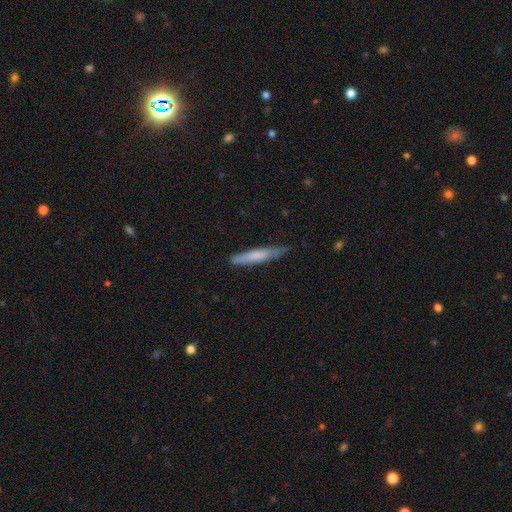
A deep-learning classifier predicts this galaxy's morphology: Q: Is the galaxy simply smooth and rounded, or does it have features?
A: smooth — 62%.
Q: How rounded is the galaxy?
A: cigar-shaped — 93%.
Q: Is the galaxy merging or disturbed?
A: none — 78%.